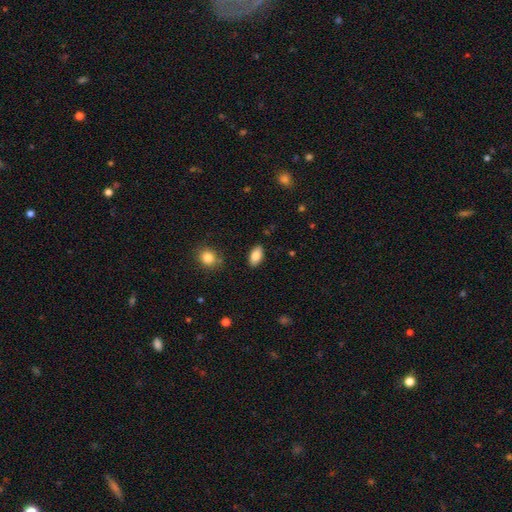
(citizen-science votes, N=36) Smooth or featured: smooth — 89% (star or artifact — 8%)
How rounded: in between — 97% (cigar-shaped — 3%)
Merging: none — 94% (minor disturbance — 6%)